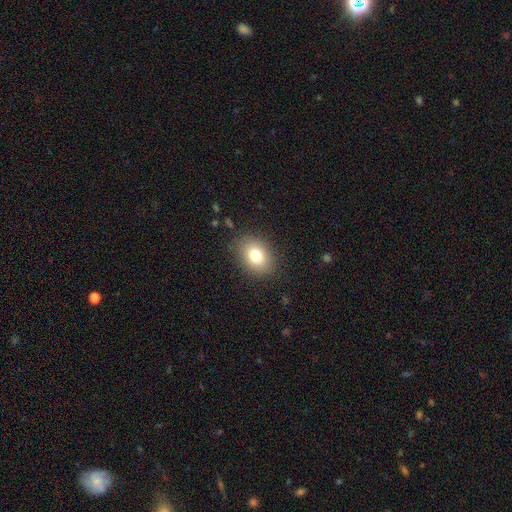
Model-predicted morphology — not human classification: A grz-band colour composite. It shows a smooth galaxy with no disk features (78%) that is in between round and cigar-shaped (63%). Merging: none (86%).